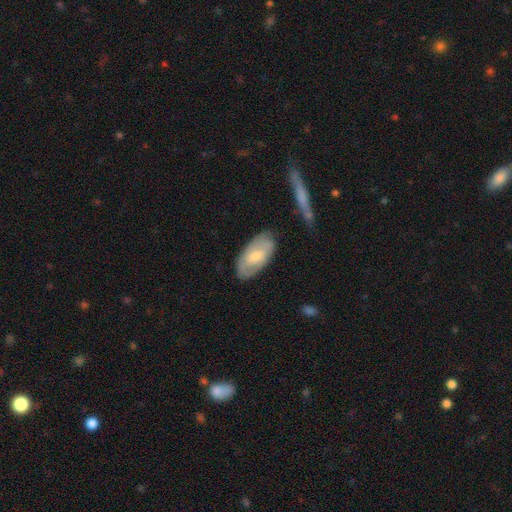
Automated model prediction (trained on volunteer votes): This is possibly a smooth galaxy (58%). How rounded: clearly in between (93%). Merging: likely none (76%).